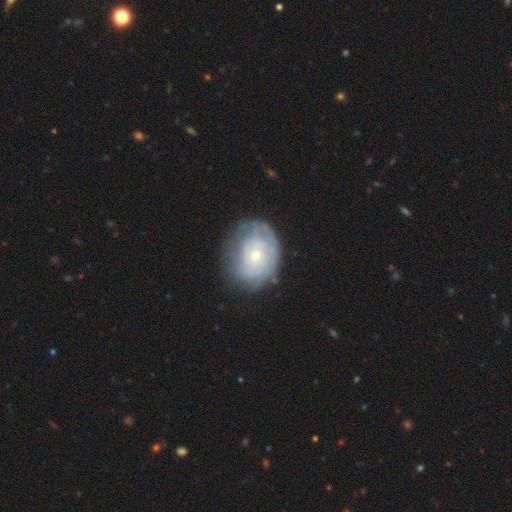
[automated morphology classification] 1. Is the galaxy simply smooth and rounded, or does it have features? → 61% featured or disk, 32% smooth, 7% star or artifact.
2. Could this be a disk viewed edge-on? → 97% no, 3% yes.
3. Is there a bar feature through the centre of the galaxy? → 83% no, 15% weak, 2% strong.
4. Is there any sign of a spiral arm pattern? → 69% yes, 31% no.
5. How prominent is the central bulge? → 64% small, 30% moderate, 2% large, 2% none, 1% dominant.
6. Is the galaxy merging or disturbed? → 68% none, 22% minor disturbance, 9% major disturbance, 1% merger.